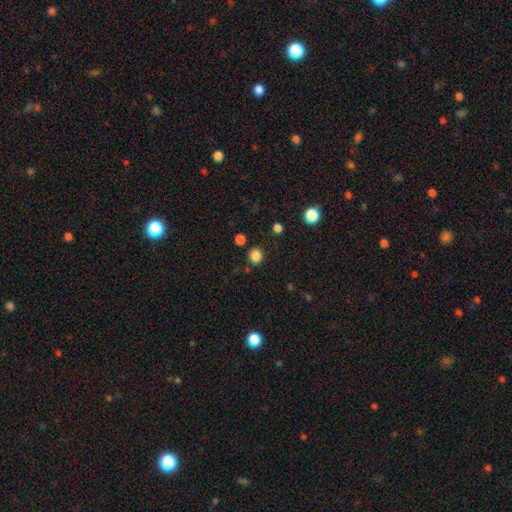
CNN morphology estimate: This appears to be a smooth galaxy with no disk features (84%) that is round (82%). Merging: none (85%).